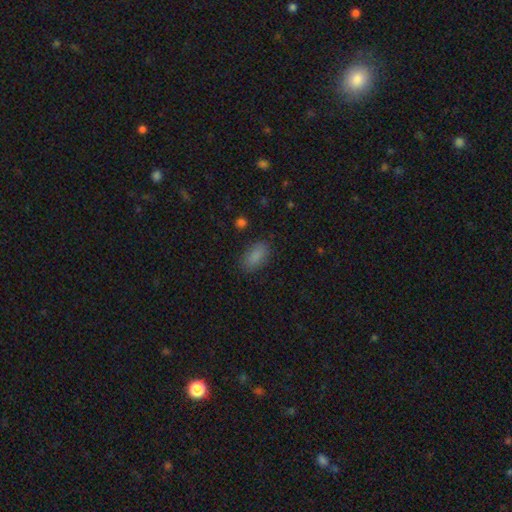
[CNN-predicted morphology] smooth-or-featured: smooth: 86% | star or artifact: 9% | featured or disk: 5%
  how-rounded: in between: 89% | cigar-shaped: 7% | round: 4%
  merging: none: 84% | minor disturbance: 11% | major disturbance: 3% | merger: 1%